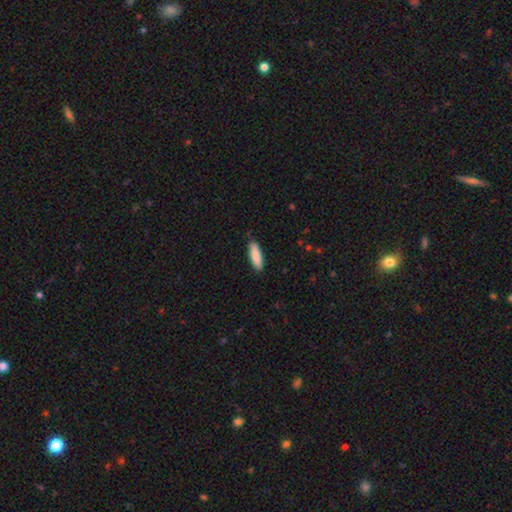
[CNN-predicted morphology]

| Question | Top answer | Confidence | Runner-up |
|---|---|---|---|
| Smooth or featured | smooth | 83% | featured or disk (11%) |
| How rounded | cigar-shaped | 53% | in between (46%) |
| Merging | none | 85% | minor disturbance (12%) |